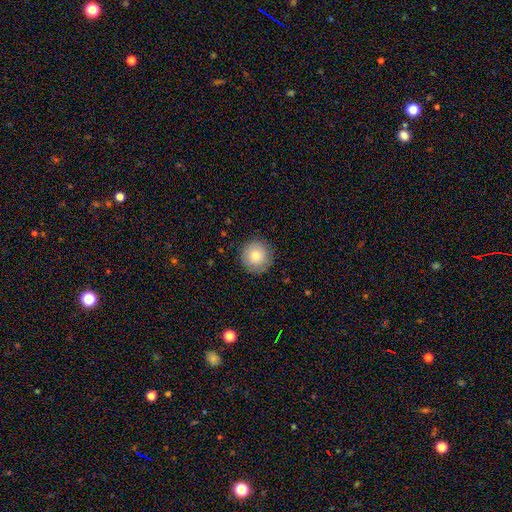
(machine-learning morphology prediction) Smooth or featured? Predicted: smooth (p=0.79). How rounded? Predicted: round (p=0.95). Merging? Predicted: none (p=0.88).